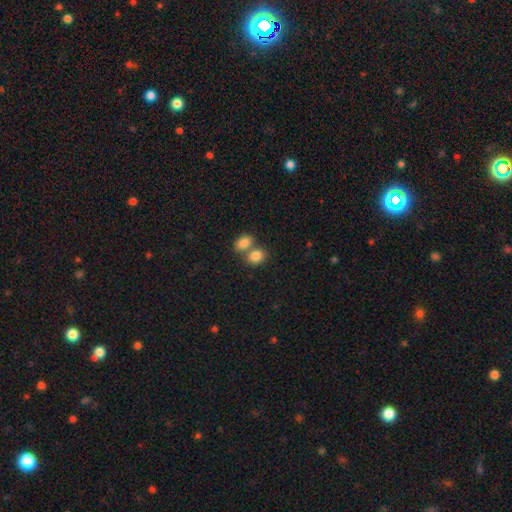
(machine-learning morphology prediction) Q: Smooth or featured?
A: smooth (84%); runner-up: star or artifact (9%)
Q: How rounded?
A: in between (55%); runner-up: round (43%)
Q: Merging?
A: merger (51%); runner-up: none (39%)